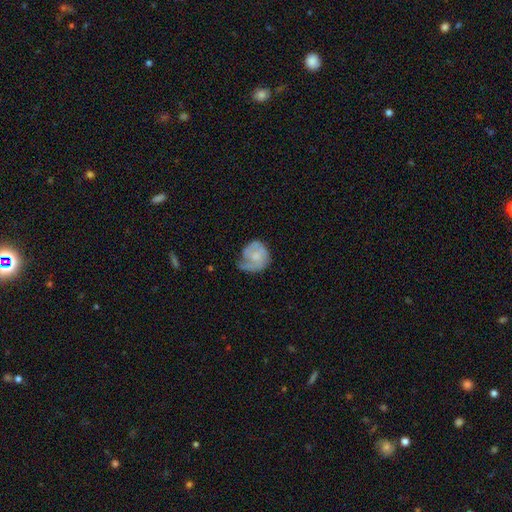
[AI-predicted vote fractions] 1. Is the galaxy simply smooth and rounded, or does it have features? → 47% smooth, 46% featured or disk, 7% star or artifact.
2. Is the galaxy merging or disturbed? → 41% none, 34% minor disturbance, 23% major disturbance, 2% merger.